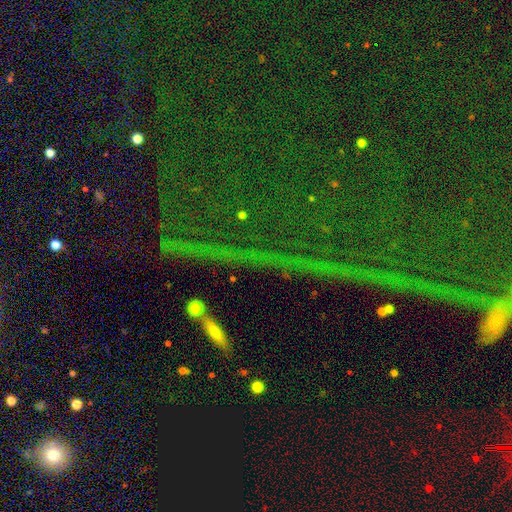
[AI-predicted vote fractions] smooth_or_featured: star or artifact (p=0.86) [alt: featured or disk p=0.07]